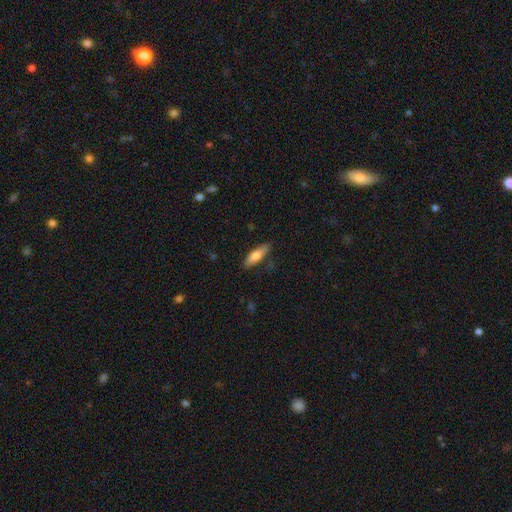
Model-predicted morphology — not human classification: The model was most divided on "how rounded": cigar-shaped: 57%, in between: 41%, round: 2%. More confident: merging — none (83%); smooth or featured — smooth (72%).